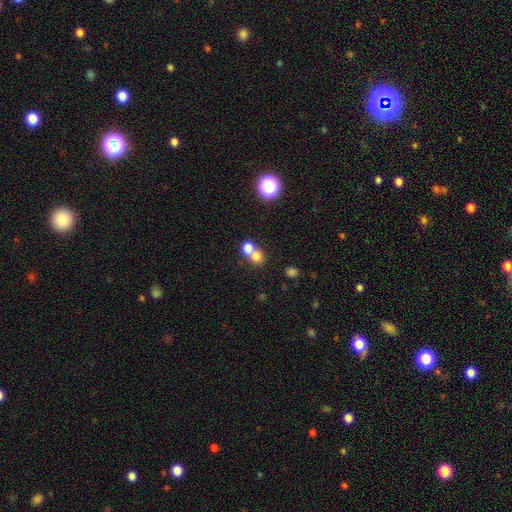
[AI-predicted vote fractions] smooth-or-featured: smooth: 75% | star or artifact: 14% | featured or disk: 11%
  how-rounded: round: 78% | in between: 21% | cigar-shaped: 1%
  merging: merger: 57% | none: 36% | minor disturbance: 5% | major disturbance: 3%